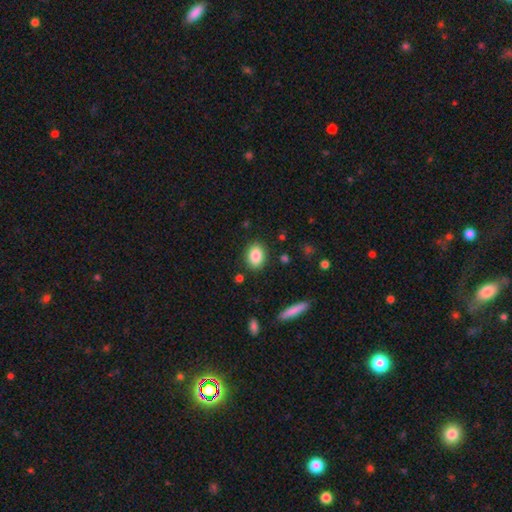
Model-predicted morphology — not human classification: smooth-or-featured: smooth: 86% | star or artifact: 8% | featured or disk: 6%
  how-rounded: in between: 76% | round: 23% | cigar-shaped: 2%
  merging: none: 86% | minor disturbance: 9% | major disturbance: 3% | merger: 2%